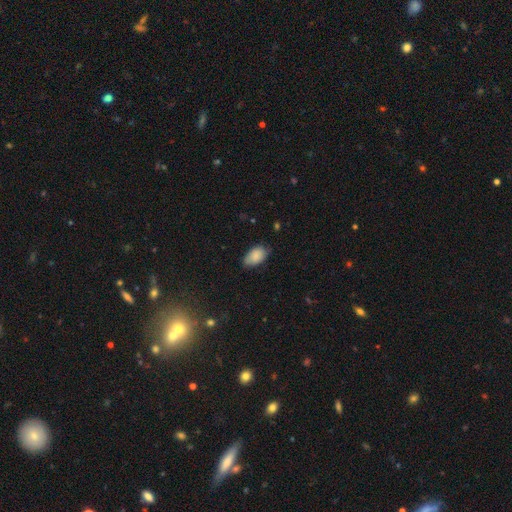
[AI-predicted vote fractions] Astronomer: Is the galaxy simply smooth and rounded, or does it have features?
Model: smooth — 85%.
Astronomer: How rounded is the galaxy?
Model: in between — 93%.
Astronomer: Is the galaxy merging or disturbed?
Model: none — 69%.